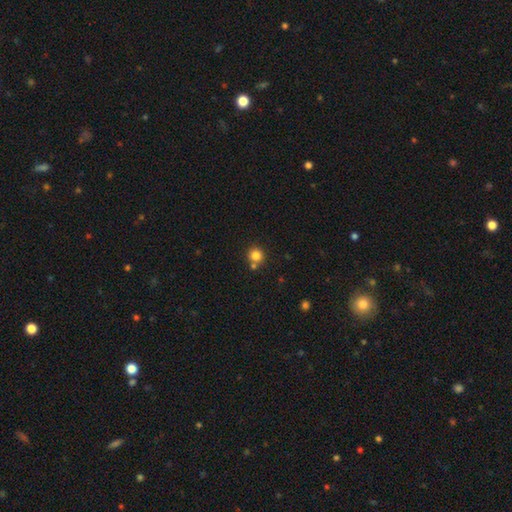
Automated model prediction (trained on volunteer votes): Smooth or featured? Predicted: smooth (p=0.82). How rounded? Predicted: round (p=0.92). Merging? Predicted: none (p=0.70).